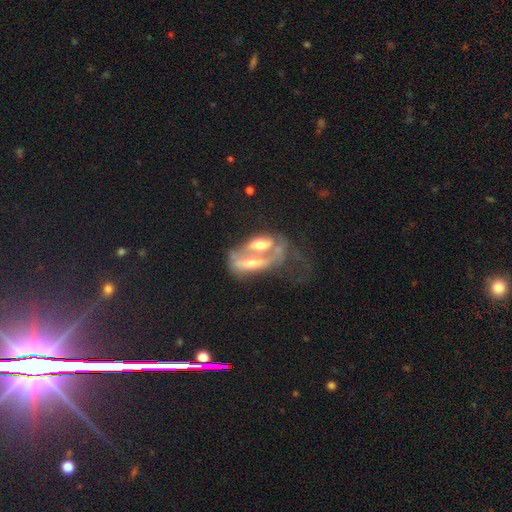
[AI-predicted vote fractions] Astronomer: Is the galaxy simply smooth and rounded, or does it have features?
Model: featured or disk — 64%.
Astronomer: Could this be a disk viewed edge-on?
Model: no — 81%.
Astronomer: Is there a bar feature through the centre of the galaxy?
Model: no — 61%.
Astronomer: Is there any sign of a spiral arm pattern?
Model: no — 59% (runner-up: yes, 41%).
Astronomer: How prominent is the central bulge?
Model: moderate — 60%.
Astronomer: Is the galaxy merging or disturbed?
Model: merger — 73%.